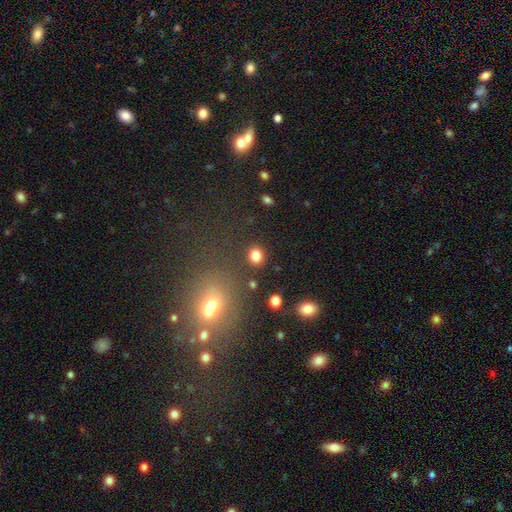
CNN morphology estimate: This appears to be a smooth galaxy with no disk features (82%) that is round (67%). Merging: none (85%).